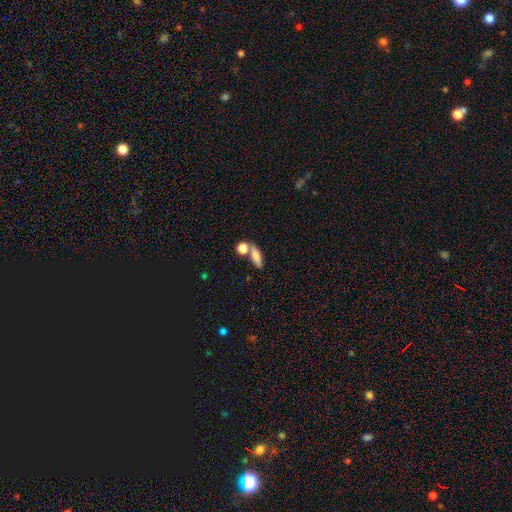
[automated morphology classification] smooth 79%, featured or disk 12%, star or artifact 9%. Down the decision tree: how rounded — in between (52%); merging — none (56%).